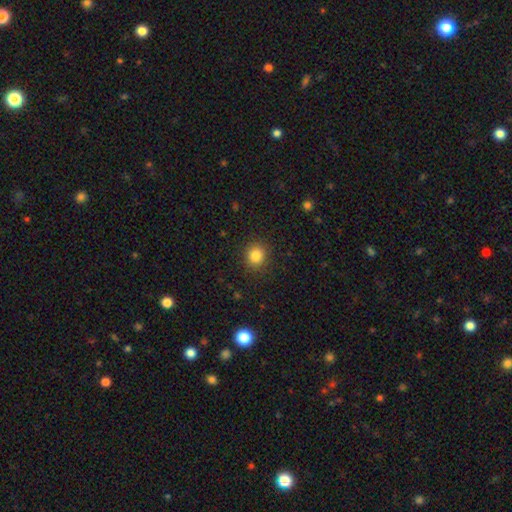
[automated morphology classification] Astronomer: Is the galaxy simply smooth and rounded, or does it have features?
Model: smooth — 84%.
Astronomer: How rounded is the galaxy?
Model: round — 85%.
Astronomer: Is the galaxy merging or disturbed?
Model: none — 89%.